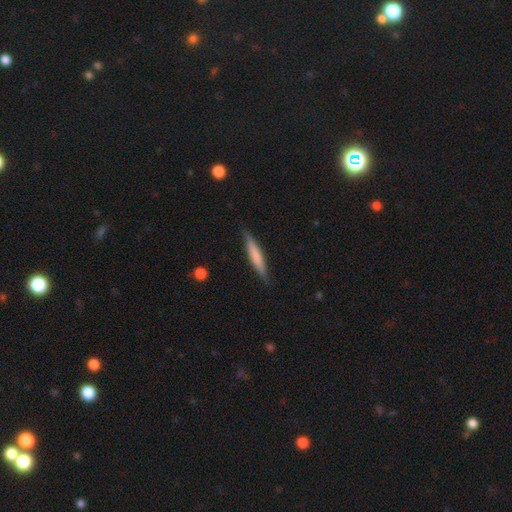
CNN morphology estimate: smooth_or_featured: smooth (p=0.64) [alt: featured or disk p=0.31]
how_rounded: cigar-shaped (p=0.93) [alt: in between p=0.06]
merging: none (p=0.88) [alt: minor disturbance p=0.10]